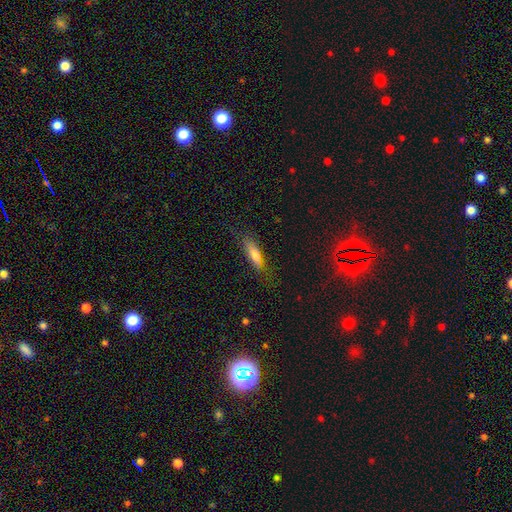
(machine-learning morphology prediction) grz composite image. It shows a smooth galaxy with no disk features (69%) that is cigar-shaped (60%). Merging: none (74%).